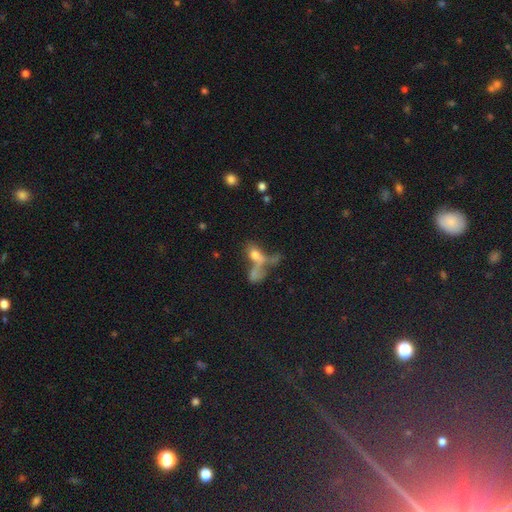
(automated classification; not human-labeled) A smooth galaxy with no disk features (57%) that is in between round and cigar-shaped (65%).

Vote fractions:
- Smooth or featured? smooth: 57% / featured or disk: 25% / star or artifact: 17%
- How rounded? in between: 65% / round: 22% / cigar-shaped: 13%
- Merging? merger: 55% / none: 22% / major disturbance: 15% / minor disturbance: 9%